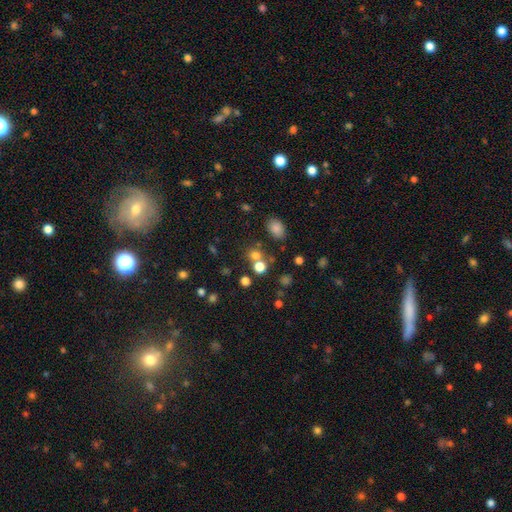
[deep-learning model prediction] smooth_or_featured: smooth (p=0.71) [alt: star or artifact p=0.21]
how_rounded: round (p=0.80) [alt: in between p=0.19]
merging: none (p=0.61) [alt: merger p=0.26]